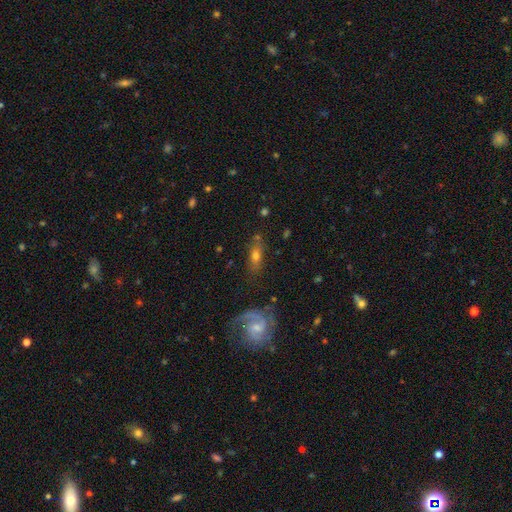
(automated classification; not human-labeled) Smooth or featured: featured or disk — 47% (smooth — 42%)
Merging: none — 73% (minor disturbance — 16%)